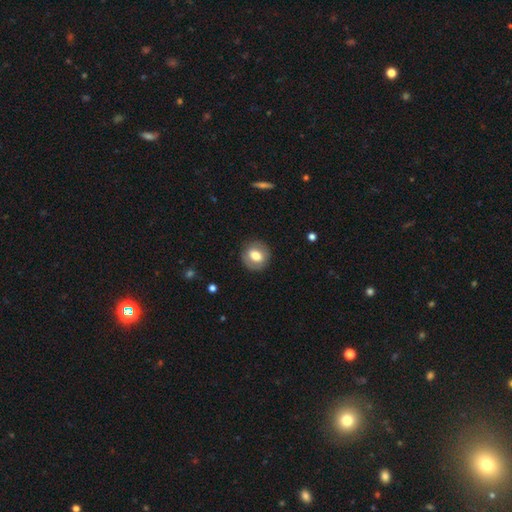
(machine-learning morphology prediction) Smooth or featured: smooth — 66% (featured or disk — 27%)
How rounded: round — 75% (in between — 24%)
Merging: none — 86% (minor disturbance — 10%)